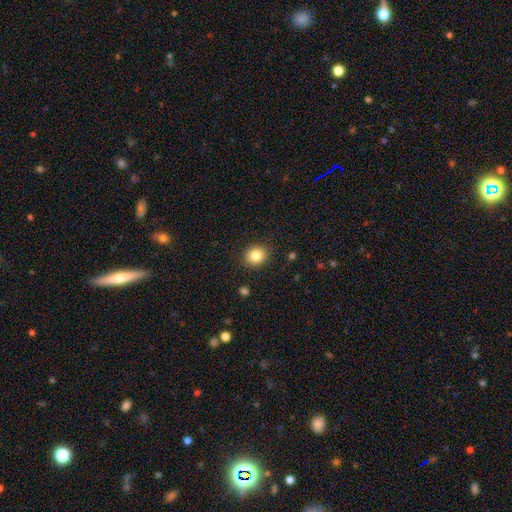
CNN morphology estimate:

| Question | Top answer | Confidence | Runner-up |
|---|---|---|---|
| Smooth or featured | smooth | 84% | star or artifact (10%) |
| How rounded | round | 73% | in between (26%) |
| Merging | none | 90% | minor disturbance (7%) |